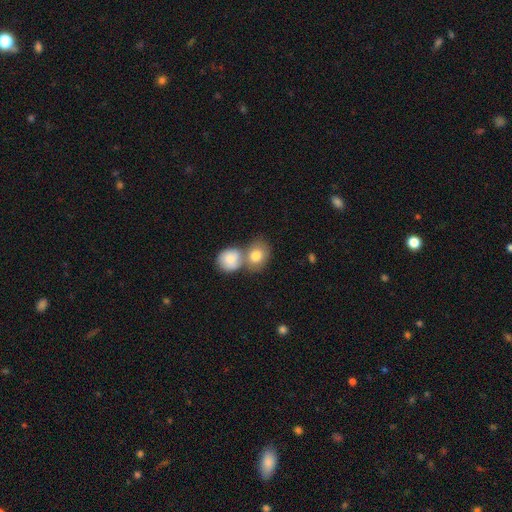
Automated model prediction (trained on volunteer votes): Smooth or featured?
  - smooth: 80% *
  - featured or disk: 13%
  - star or artifact: 7%
How rounded?
  - round: 56% *
  - in between: 43%
  - cigar-shaped: 1%
Merging?
  - merger: 58% *
  - none: 31%
  - minor disturbance: 8%
  - major disturbance: 3%